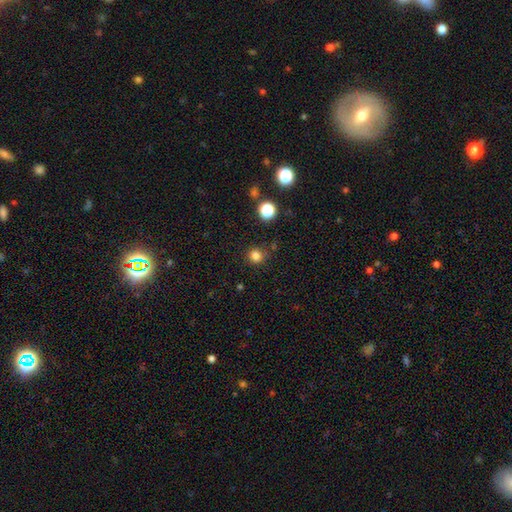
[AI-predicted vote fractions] Smooth or featured: smooth — 81% (star or artifact — 15%)
How rounded: round — 91% (in between — 8%)
Merging: none — 84% (minor disturbance — 10%)